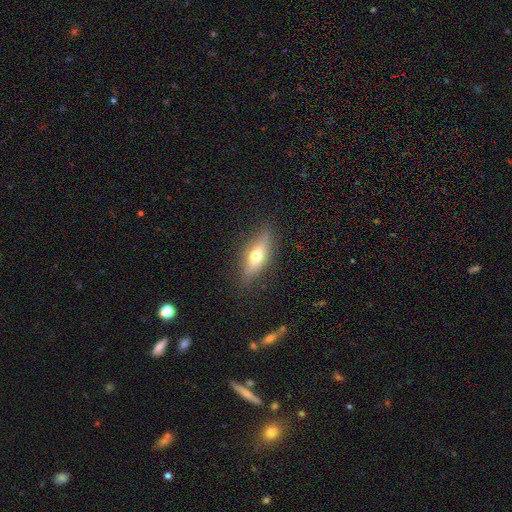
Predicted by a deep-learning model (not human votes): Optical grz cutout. It shows a smooth galaxy with no disk features (54%) that is in between round and cigar-shaped (56%). Merging: none (83%).